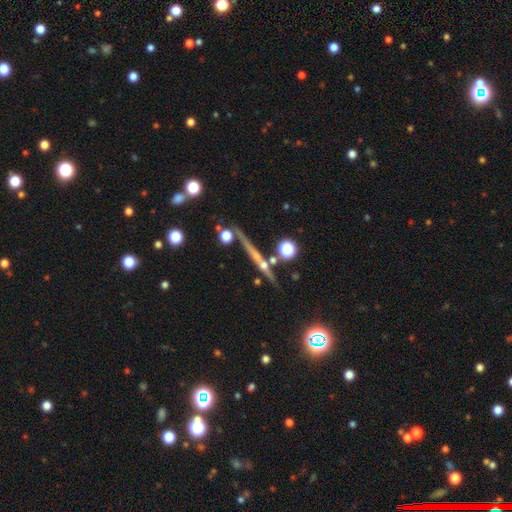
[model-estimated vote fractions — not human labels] Smooth or featured? featured or disk (67%)
Edge-on disk? yes (95%)
Edge-on bulge? rounded (48%)
Merging? none (80%)